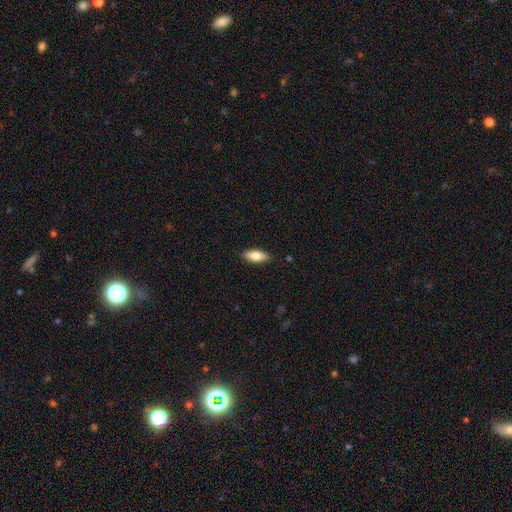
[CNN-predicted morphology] type=smooth (80%); roundness=in between (77%); merging=none (86%).